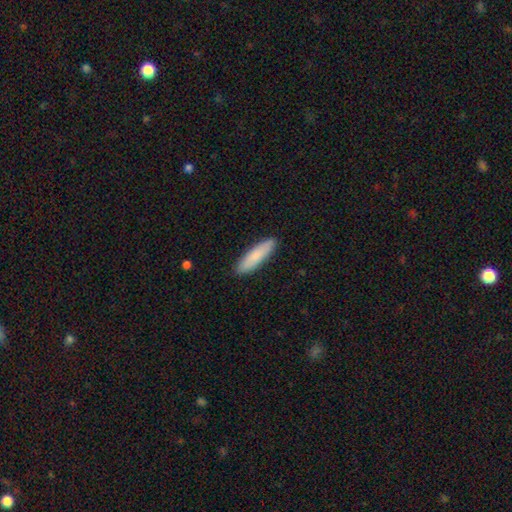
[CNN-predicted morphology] smooth-or-featured: smooth: 84% | featured or disk: 11% | star or artifact: 5%
  how-rounded: cigar-shaped: 73% | in between: 25% | round: 1%
  merging: none: 90% | minor disturbance: 8% | major disturbance: 2% | merger: 1%